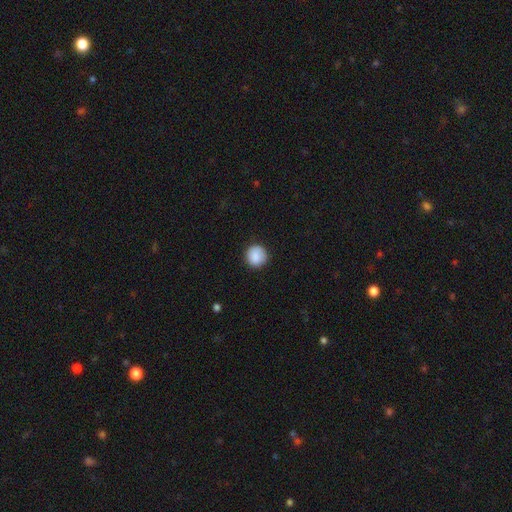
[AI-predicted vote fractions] Smooth or featured? Predicted: smooth (p=0.88). How rounded? Predicted: round (p=0.92). Merging? Predicted: none (p=0.87).